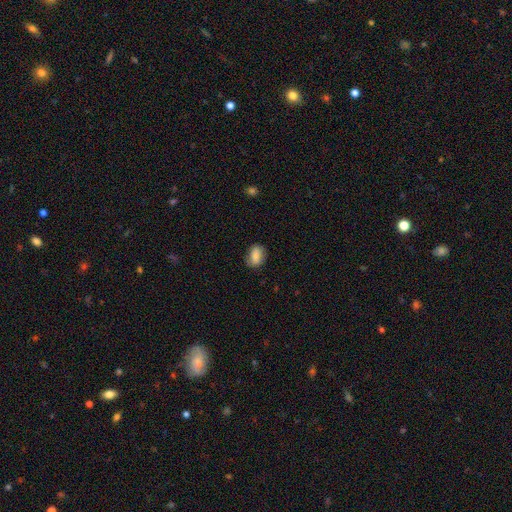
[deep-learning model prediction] This is clearly a smooth galaxy (83%). How rounded: likely in between (80%). Merging: likely none (78%).